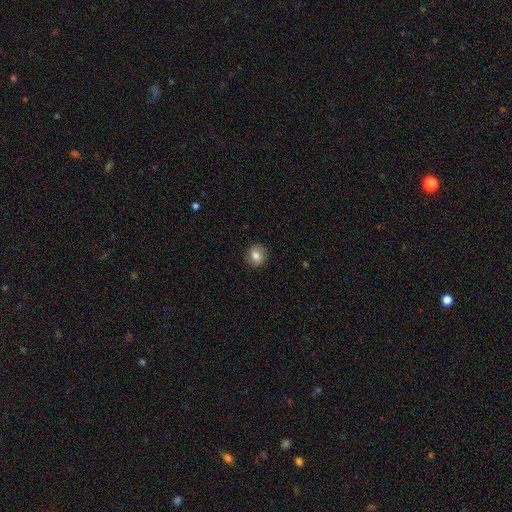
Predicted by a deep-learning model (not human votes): Morphology: type=smooth (75%); roundness=round (75%); merging=none (87%).